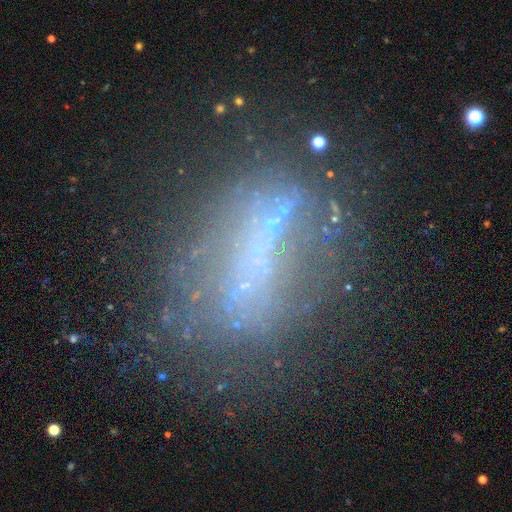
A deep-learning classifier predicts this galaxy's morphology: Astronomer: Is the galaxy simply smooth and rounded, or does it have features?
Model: featured or disk — 54%.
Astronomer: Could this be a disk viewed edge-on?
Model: no — 75%.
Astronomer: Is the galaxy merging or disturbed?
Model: none — 52%.